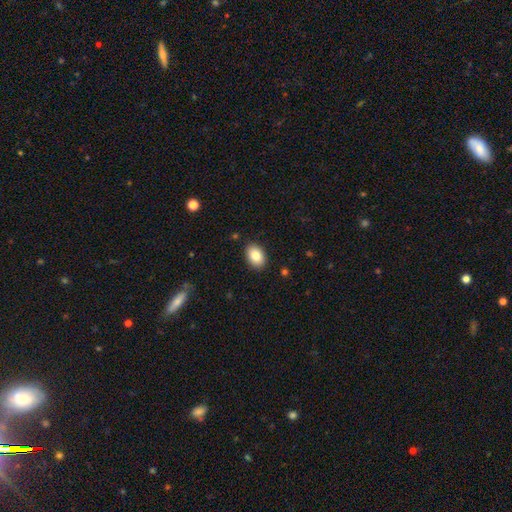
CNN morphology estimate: A smooth galaxy with no disk features (85%) that is in between round and cigar-shaped (85%).

Vote fractions:
- Smooth or featured? smooth: 85% / featured or disk: 8% / star or artifact: 7%
- How rounded? in between: 85% / round: 14% / cigar-shaped: 1%
- Merging? none: 89% / minor disturbance: 8% / major disturbance: 2% / merger: 1%